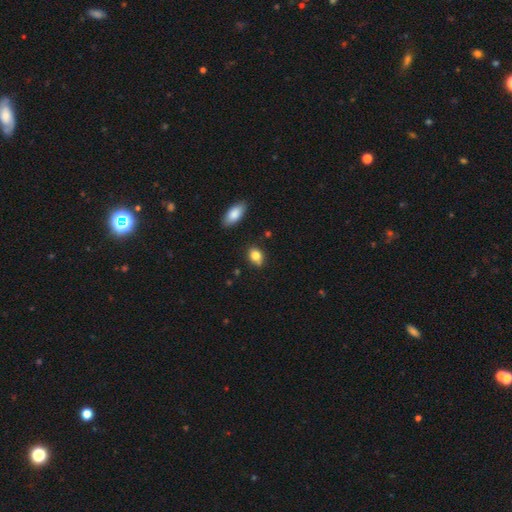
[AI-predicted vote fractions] Smooth or featured: smooth — 83% (star or artifact — 9%)
How rounded: in between — 72% (round — 26%)
Merging: none — 79% (minor disturbance — 15%)